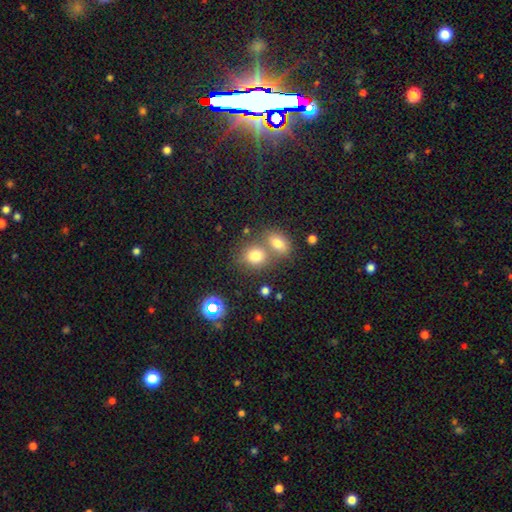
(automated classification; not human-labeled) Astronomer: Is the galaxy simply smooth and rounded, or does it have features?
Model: smooth — 76%.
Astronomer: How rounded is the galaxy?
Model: round — 63%.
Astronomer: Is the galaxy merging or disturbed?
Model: none — 47% (runner-up: merger, 41%).